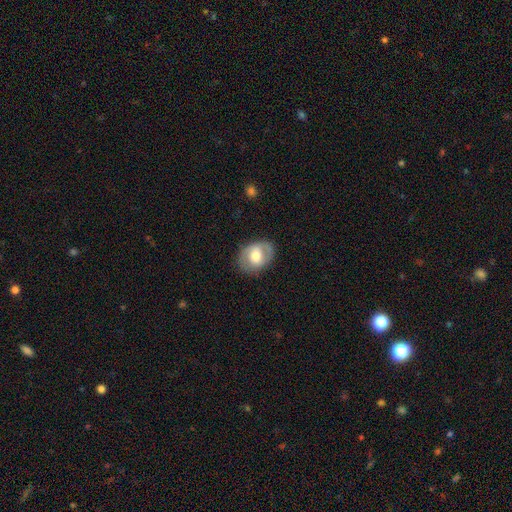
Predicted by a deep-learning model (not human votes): Smooth or featured: smooth — 49% (featured or disk — 44%)
Merging: none — 78% (minor disturbance — 15%)